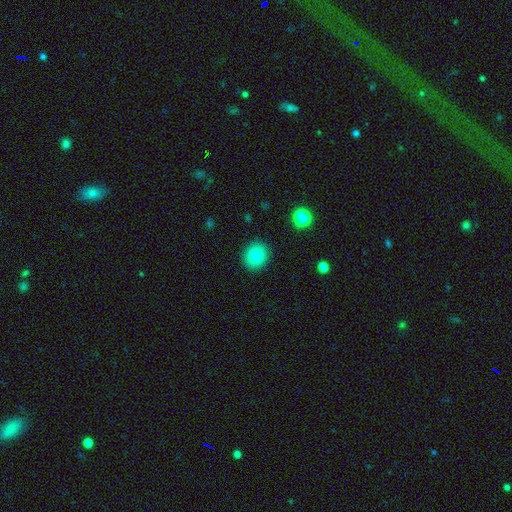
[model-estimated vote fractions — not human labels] Smooth or featured: smooth — 80% (star or artifact — 10%)
How rounded: round — 86% (in between — 13%)
Merging: none — 91% (minor disturbance — 6%)